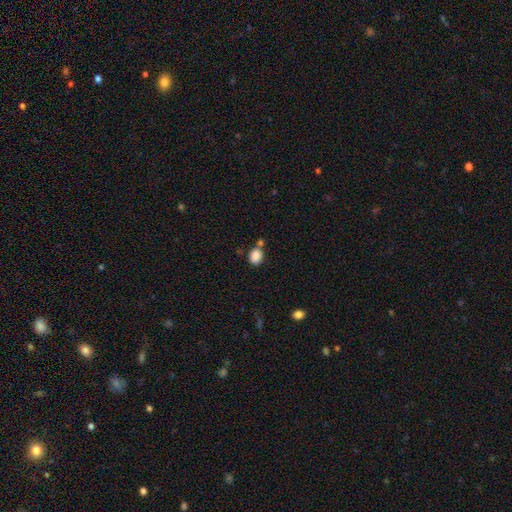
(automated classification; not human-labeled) Smooth or featured?
  - smooth: 87% *
  - star or artifact: 9%
  - featured or disk: 4%
How rounded?
  - in between: 55% *
  - round: 44%
  - cigar-shaped: 1%
Merging?
  - none: 64% *
  - merger: 18%
  - minor disturbance: 14%
  - major disturbance: 4%